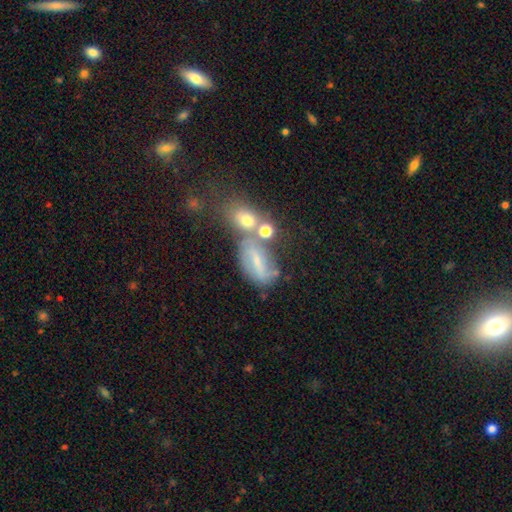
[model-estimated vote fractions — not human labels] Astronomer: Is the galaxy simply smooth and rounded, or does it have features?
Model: featured or disk — 45% (runner-up: smooth, 34%).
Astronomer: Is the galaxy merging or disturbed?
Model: merger — 36% (runner-up: none, 33%).